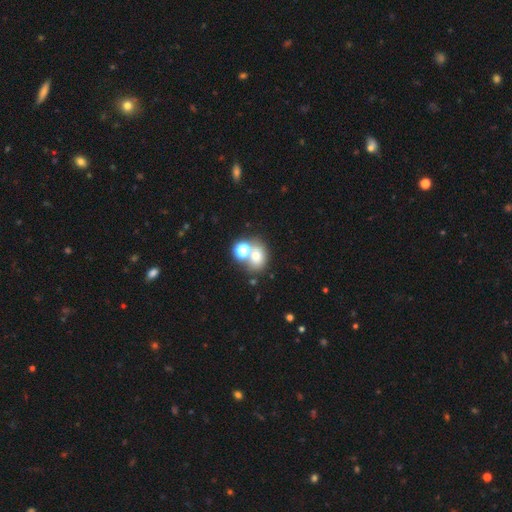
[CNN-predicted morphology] Smooth or featured: smooth — 67% (star or artifact — 19%)
How rounded: round — 53% (in between — 45%)
Merging: none — 47% (merger — 39%)